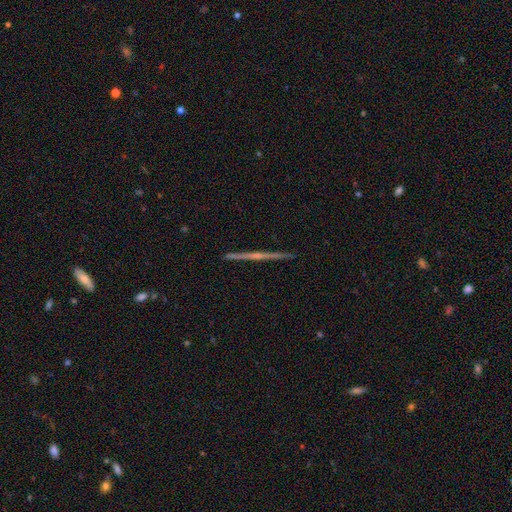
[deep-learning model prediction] The model was most divided on "edge-on bulge": none: 50%, rounded: 41%, boxy: 9%. More confident: edge-on disk — yes (96%); merging — none (89%); smooth or featured — featured or disk (66%).